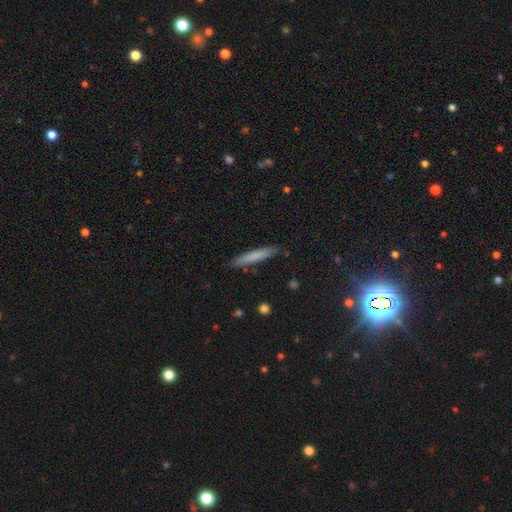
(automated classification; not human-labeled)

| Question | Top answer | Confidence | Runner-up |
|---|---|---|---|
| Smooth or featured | smooth | 76% | featured or disk (18%) |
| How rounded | cigar-shaped | 94% | in between (5%) |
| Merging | none | 87% | minor disturbance (9%) |